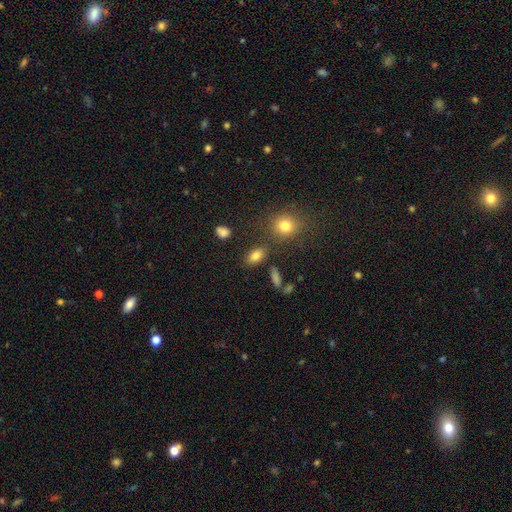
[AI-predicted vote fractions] Morphology: type=smooth (81%); roundness=in between (82%); merging=none (80%).